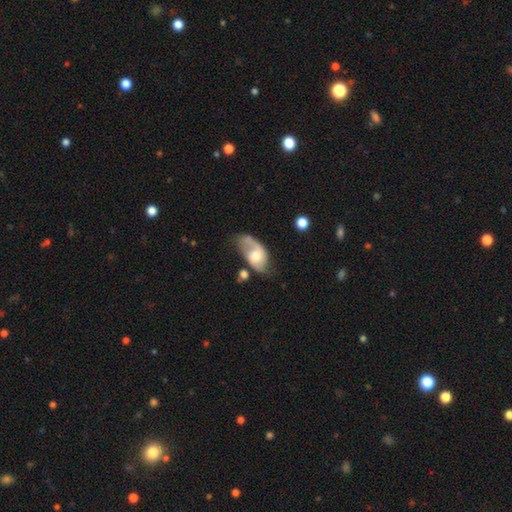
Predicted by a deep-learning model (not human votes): Smooth or featured?
  - featured or disk: 63% *
  - smooth: 30%
  - star or artifact: 6%
Edge-on disk?
  - no: 95% *
  - yes: 5%
Bar?
  - no: 64% *
  - weak: 30%
  - strong: 6%
Spiral arms?
  - yes: 85% *
  - no: 15%
Spiral winding?
  - loose: 47% *
  - medium: 38%
  - tight: 16%
Spiral arm count?
  - 2: 63% *
  - 1: 26%
  - can't tell: 9%
  - 3: 1%
  - 4: 1%
  - more than 4: 1%
Bulge size?
  - moderate: 56% *
  - small: 30%
  - large: 9%
  - none: 3%
  - dominant: 2%
Merging?
  - none: 44% *
  - minor disturbance: 28%
  - major disturbance: 19%
  - merger: 10%